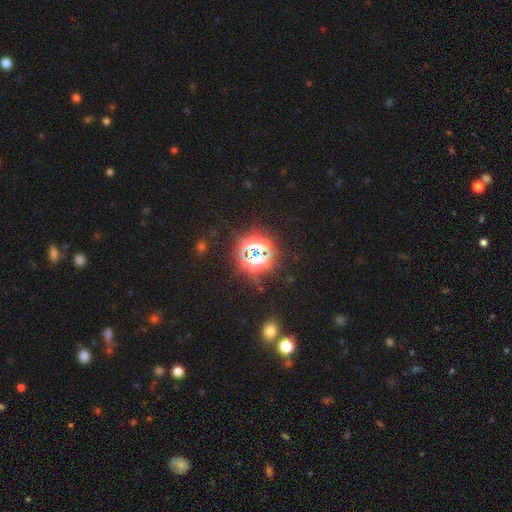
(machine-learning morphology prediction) This appears to be a star or artifact, not a galaxy (76%).